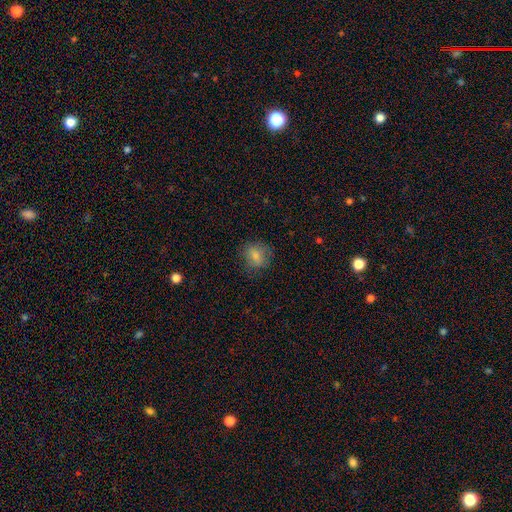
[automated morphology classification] type=smooth (75%); roundness=round (68%); merging=none (75%).